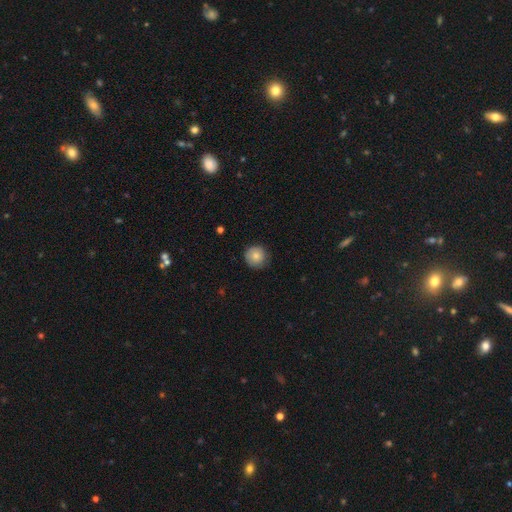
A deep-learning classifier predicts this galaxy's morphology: Smooth or featured?
  - smooth: 79% *
  - featured or disk: 13%
  - star or artifact: 8%
How rounded?
  - round: 94% *
  - in between: 5%
  - cigar-shaped: 1%
Merging?
  - none: 81% *
  - minor disturbance: 15%
  - major disturbance: 3%
  - merger: 1%